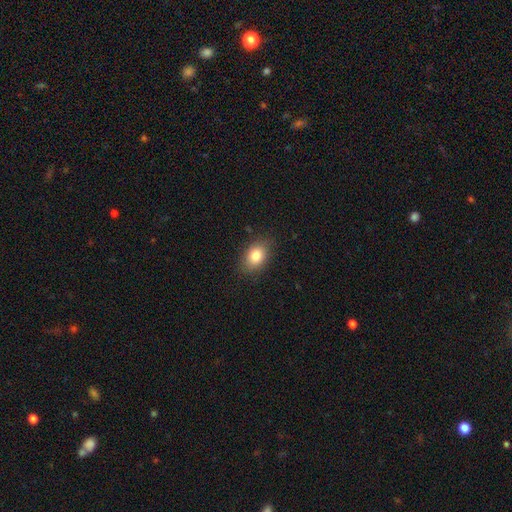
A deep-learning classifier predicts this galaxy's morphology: The model was most divided on "how rounded": in between: 77%, round: 21%, cigar-shaped: 2%. More confident: merging — none (84%); smooth or featured — smooth (83%).